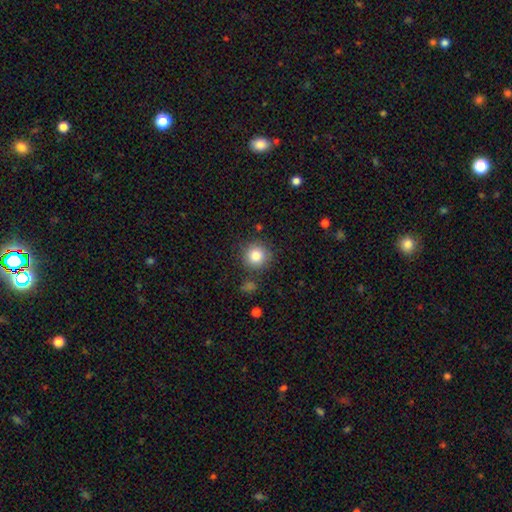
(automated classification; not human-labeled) Overall: smooth (84%). How rounded: round (93%). Merging: none (84%).